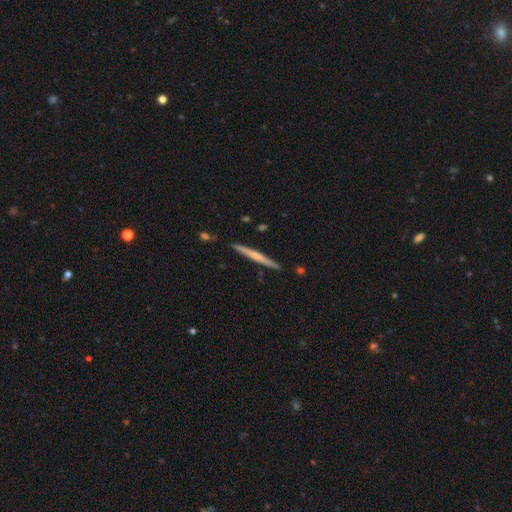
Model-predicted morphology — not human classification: A featured or disk galaxy (51%) viewed edge-on (98%) with no central bulge (52%). Merging: none (91%).